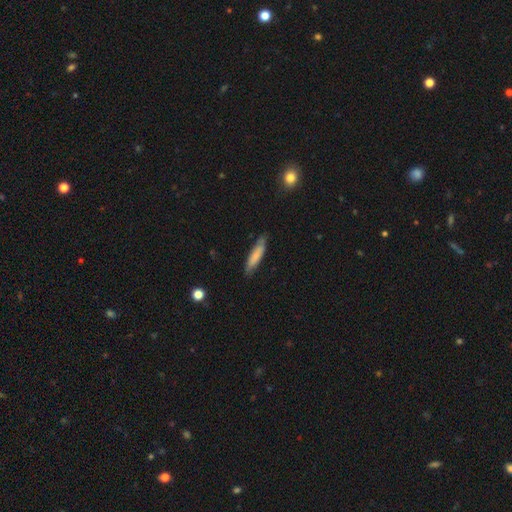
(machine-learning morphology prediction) type=smooth (75%); roundness=cigar-shaped (80%); merging=none (79%).